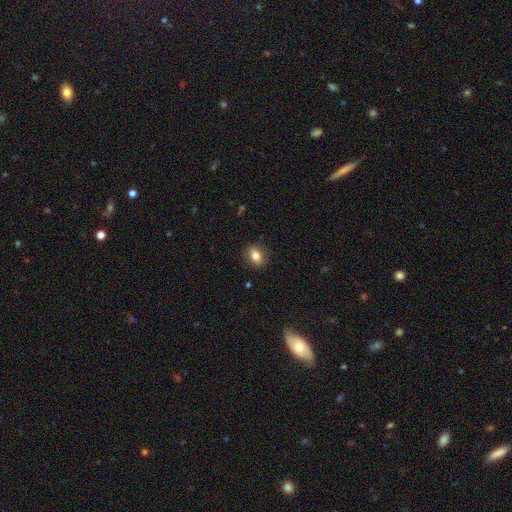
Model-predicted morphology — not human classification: smooth 81%, featured or disk 10%, star or artifact 9%. Down the decision tree: how rounded — in between (66%); merging — none (87%).